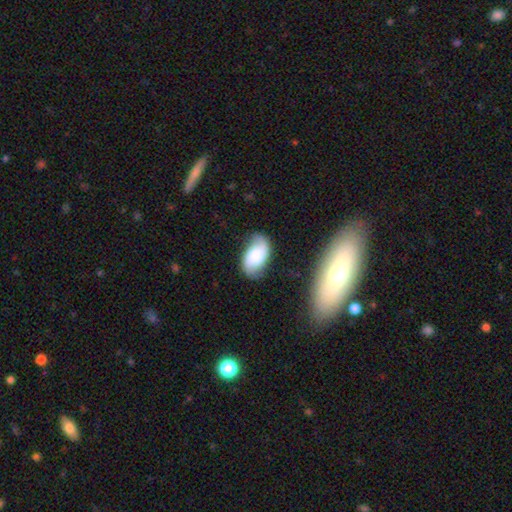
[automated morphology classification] A smooth galaxy with no disk features (52%) that is in between round and cigar-shaped (93%).

Vote fractions:
- Smooth or featured? smooth: 52% / featured or disk: 39% / star or artifact: 9%
- How rounded? in between: 93% / round: 6% / cigar-shaped: 2%
- Merging? none: 68% / minor disturbance: 22% / major disturbance: 7% / merger: 3%